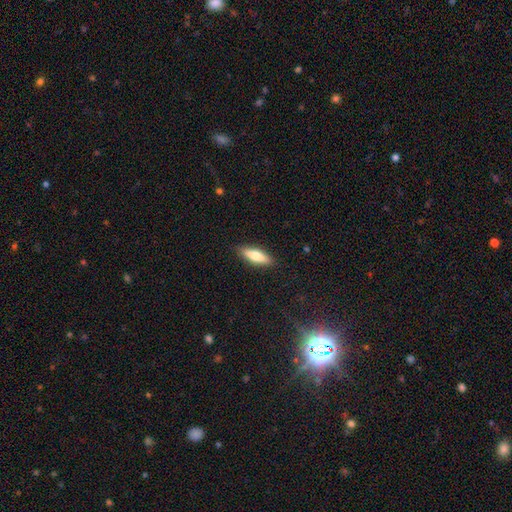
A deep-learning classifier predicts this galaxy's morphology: A smooth galaxy with no disk features (69%) that is cigar-shaped (55%). Merging: none (89%).